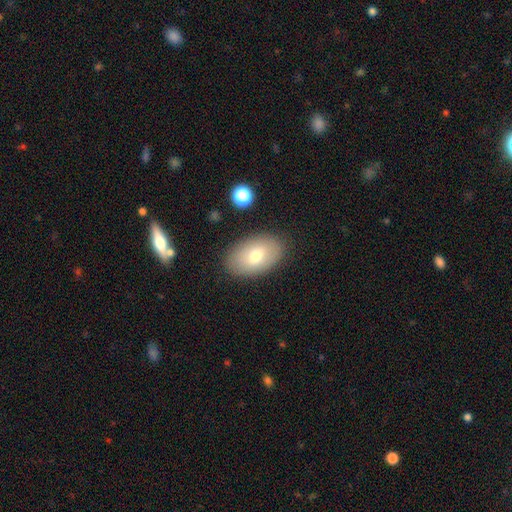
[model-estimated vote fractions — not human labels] Overall: smooth (70%). How rounded: in between (91%). Merging: none (85%).